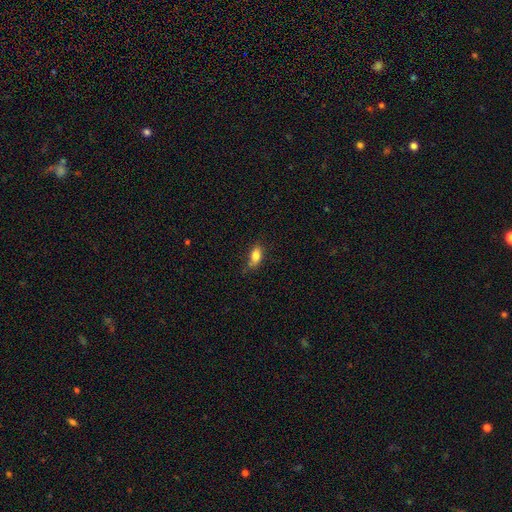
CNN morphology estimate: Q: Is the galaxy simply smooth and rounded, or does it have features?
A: smooth — 83%.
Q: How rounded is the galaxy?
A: in between — 87%.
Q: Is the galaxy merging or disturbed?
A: none — 70%.